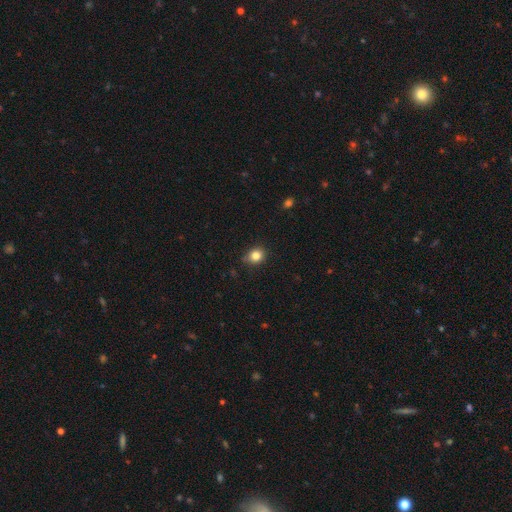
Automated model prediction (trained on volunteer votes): Smooth or featured? smooth (83%)
How rounded? round (68%)
Merging? none (78%)